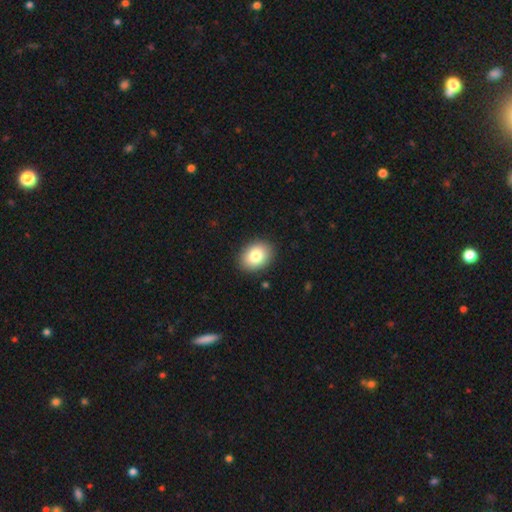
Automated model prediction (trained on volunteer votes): A smooth galaxy with no disk features (83%) that is in between round and cigar-shaped (65%). Merging: none (89%).